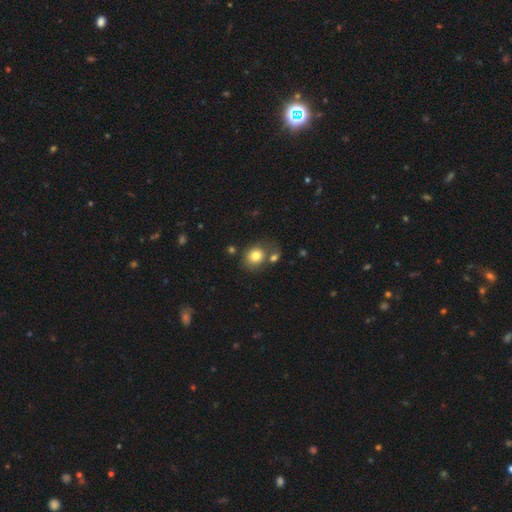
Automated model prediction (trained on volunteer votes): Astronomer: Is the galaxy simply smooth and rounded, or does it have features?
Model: smooth — 80%.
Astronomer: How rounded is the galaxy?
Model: round — 65%.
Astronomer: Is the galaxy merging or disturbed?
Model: none — 60%.